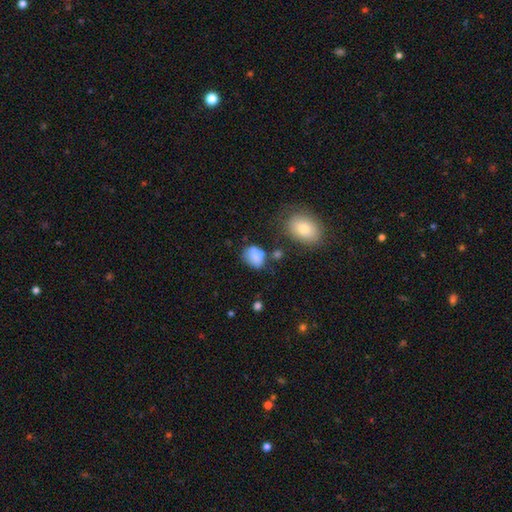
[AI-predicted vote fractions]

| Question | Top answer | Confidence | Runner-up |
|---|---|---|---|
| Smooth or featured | smooth | 75% | featured or disk (15%) |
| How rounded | in between | 63% | round (36%) |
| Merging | none | 45% | minor disturbance (24%) |